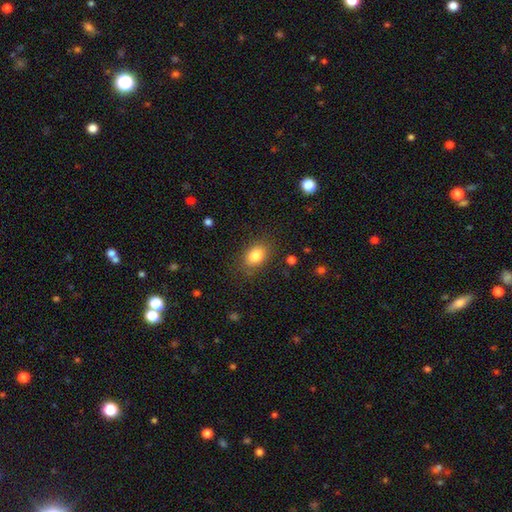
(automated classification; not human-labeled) smooth_or_featured: smooth (p=0.84) [alt: star or artifact p=0.09]
how_rounded: in between (p=0.77) [alt: round p=0.22]
merging: none (p=0.81) [alt: minor disturbance p=0.13]